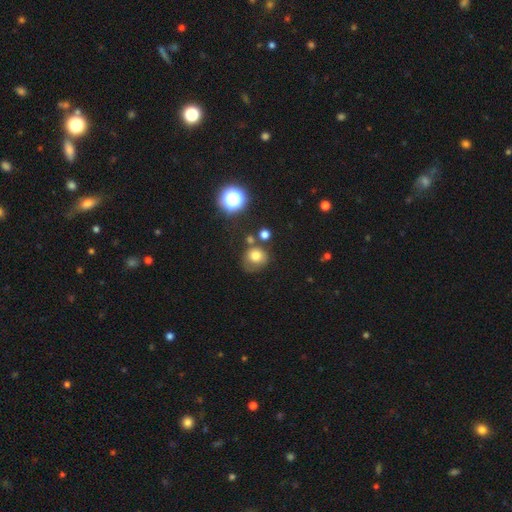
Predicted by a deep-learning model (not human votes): This is likely a smooth galaxy (73%). How rounded: clearly round (81%). Merging: possibly none (56%).